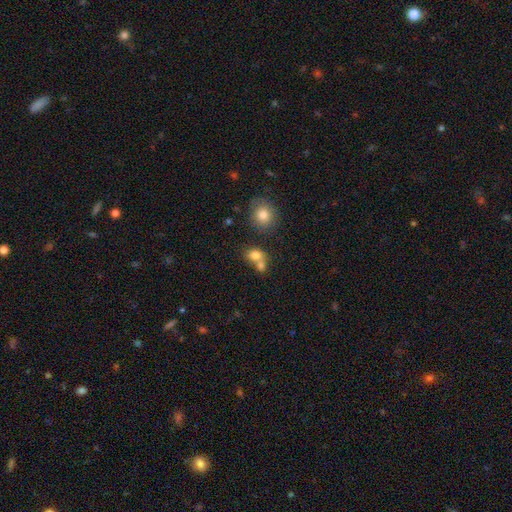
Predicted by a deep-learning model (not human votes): Smooth or featured? Predicted: smooth (p=0.78). How rounded? Predicted: round (p=0.50). Merging? Predicted: merger (p=0.52).